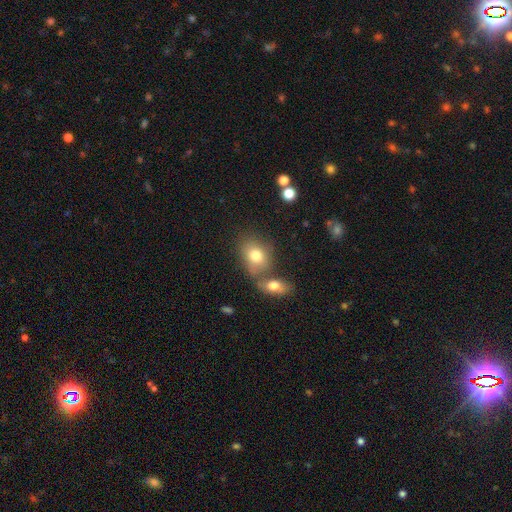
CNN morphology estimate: type=smooth (77%); roundness=in between (64%); merging=none (43%).